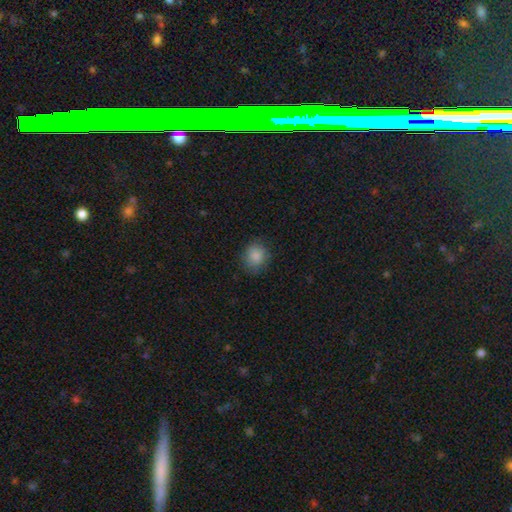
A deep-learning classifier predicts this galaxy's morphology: smooth-or-featured: smooth: 87% | star or artifact: 9% | featured or disk: 4%
  how-rounded: round: 77% | in between: 22% | cigar-shaped: 1%
  merging: none: 81% | minor disturbance: 14% | major disturbance: 4% | merger: 1%